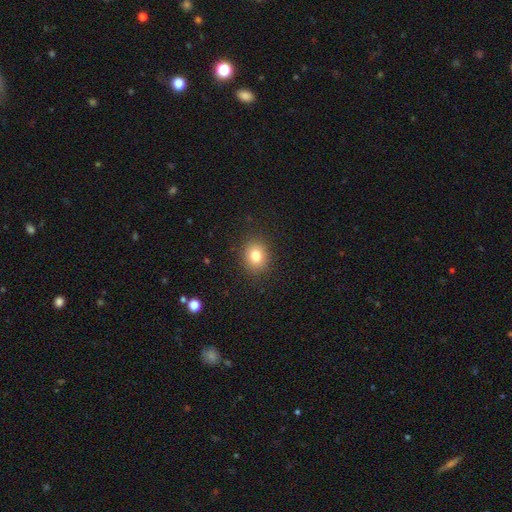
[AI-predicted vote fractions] This appears to be a smooth galaxy with no disk features (80%) that is round (69%). Merging: none (89%).